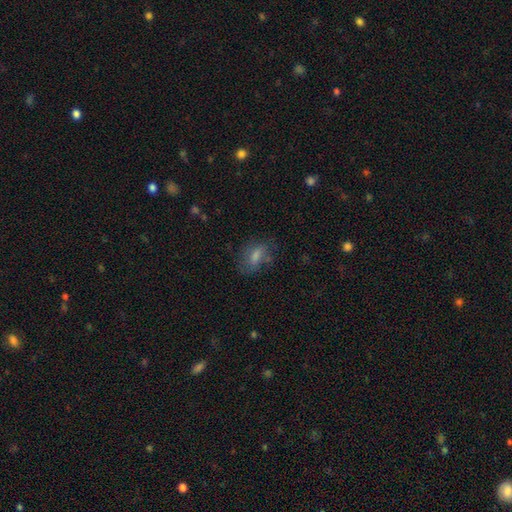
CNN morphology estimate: Smooth or featured? smooth (58%)
How rounded? in between (77%)
Merging? none (67%)